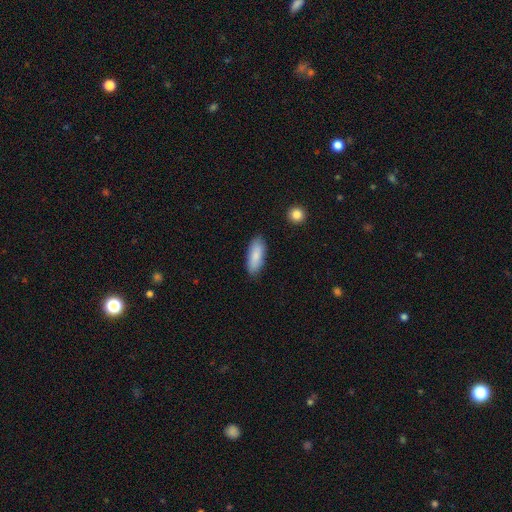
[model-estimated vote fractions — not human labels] Morphology: type=smooth (85%); roundness=in between (75%); merging=none (84%).